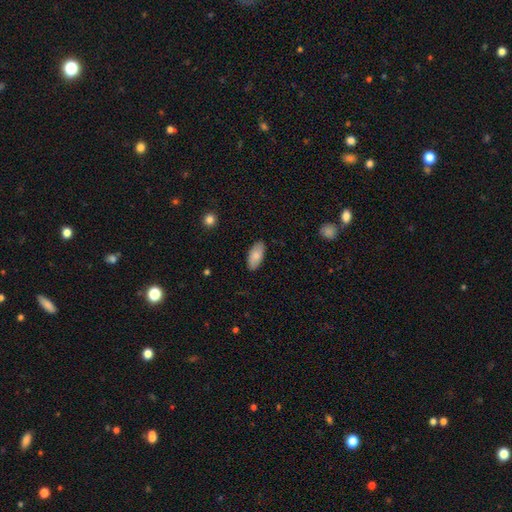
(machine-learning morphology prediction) type=smooth (82%); roundness=in between (91%); merging=none (87%).